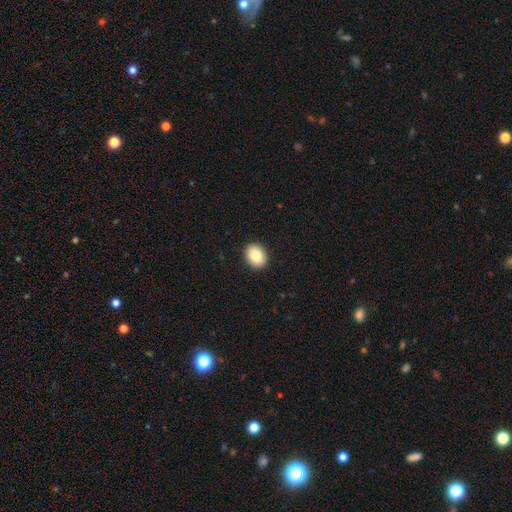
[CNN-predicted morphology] type=smooth (84%); roundness=in between (59%); merging=none (91%).